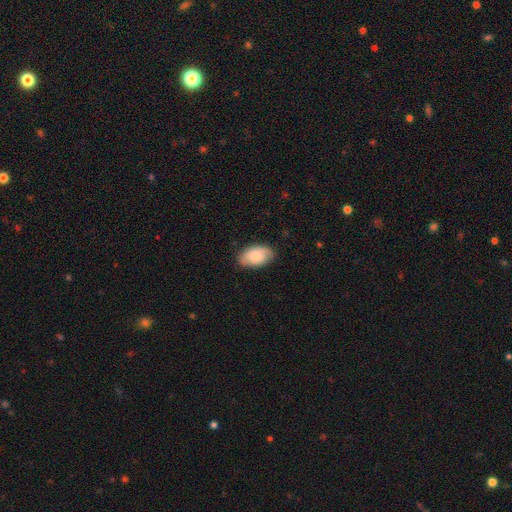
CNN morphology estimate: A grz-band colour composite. It shows a smooth galaxy with no disk features (80%) that is in between round and cigar-shaped (93%). Merging: none (82%).